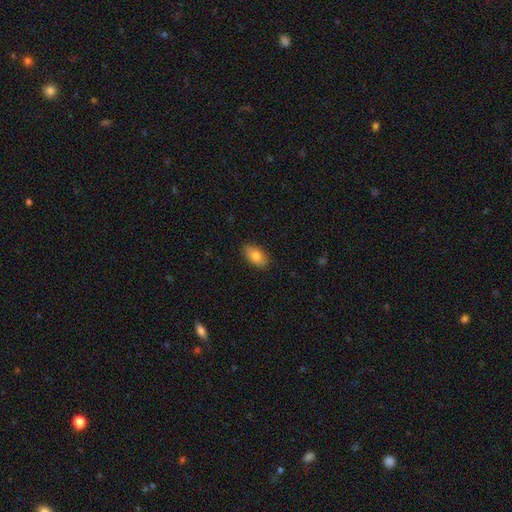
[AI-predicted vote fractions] Q: Smooth or featured?
A: smooth (79%); runner-up: featured or disk (14%)
Q: How rounded?
A: in between (91%); runner-up: round (6%)
Q: Merging?
A: none (86%); runner-up: minor disturbance (11%)